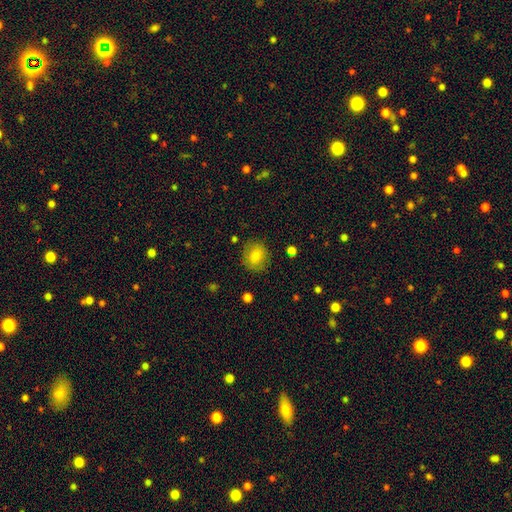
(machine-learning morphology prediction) Smooth or featured?
  - smooth: 80% *
  - featured or disk: 11%
  - star or artifact: 9%
How rounded?
  - round: 78% *
  - in between: 21%
  - cigar-shaped: 1%
Merging?
  - none: 83% *
  - minor disturbance: 12%
  - major disturbance: 4%
  - merger: 1%